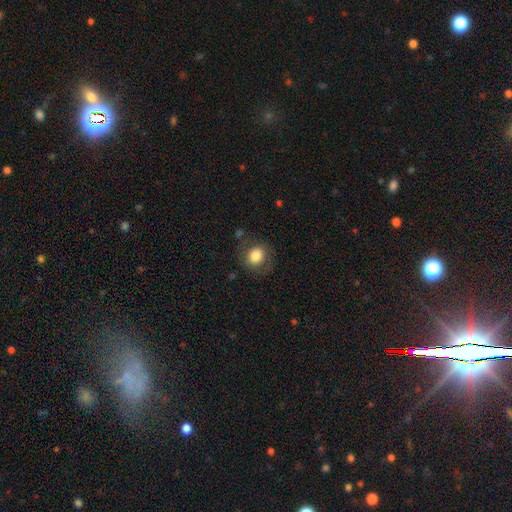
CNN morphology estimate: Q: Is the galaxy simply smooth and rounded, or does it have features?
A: smooth — 80%.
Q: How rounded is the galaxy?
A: round — 67%.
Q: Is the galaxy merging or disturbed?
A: none — 77%.